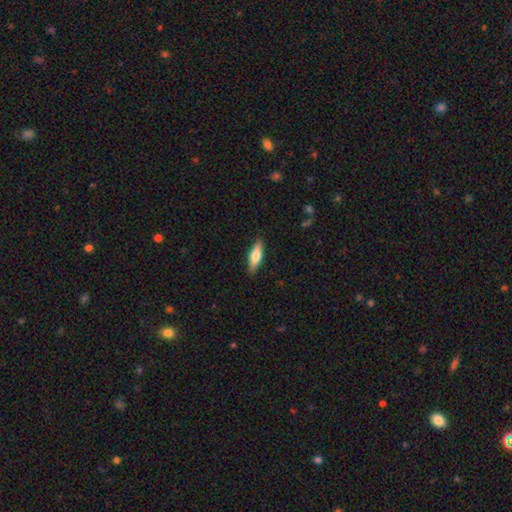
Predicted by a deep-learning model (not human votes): Overall: smooth (66%; featured or disk 28%). How rounded: cigar-shaped (51%; in between 47%). Merging: none (87%).